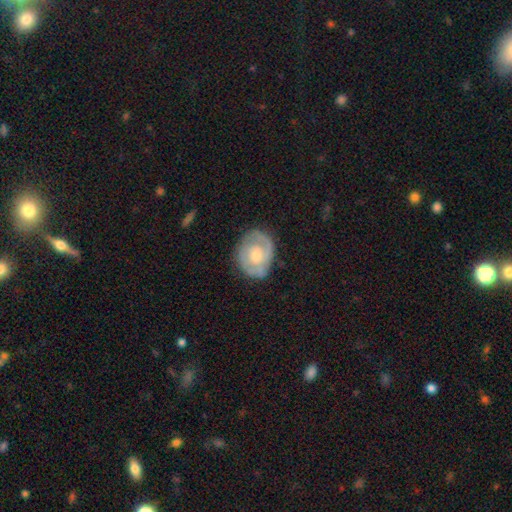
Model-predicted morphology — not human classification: featured or disk 68%, smooth 27%, star or artifact 6%. Down the decision tree: edge-on disk — no (97%); bar — no (68%); spiral arms — yes (78%); spiral arm count — 2 (47%); spiral winding — tight (60%); bulge size — moderate (59%); merging — none (74%).